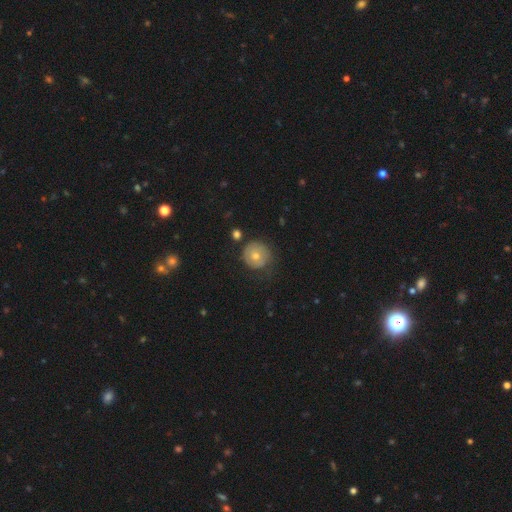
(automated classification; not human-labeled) A smooth galaxy with no disk features (62%) that is round (93%).

Vote fractions:
- Smooth or featured? smooth: 62% / featured or disk: 30% / star or artifact: 8%
- How rounded? round: 93% / in between: 7% / cigar-shaped: 1%
- Merging? none: 66% / minor disturbance: 23% / major disturbance: 9% / merger: 3%